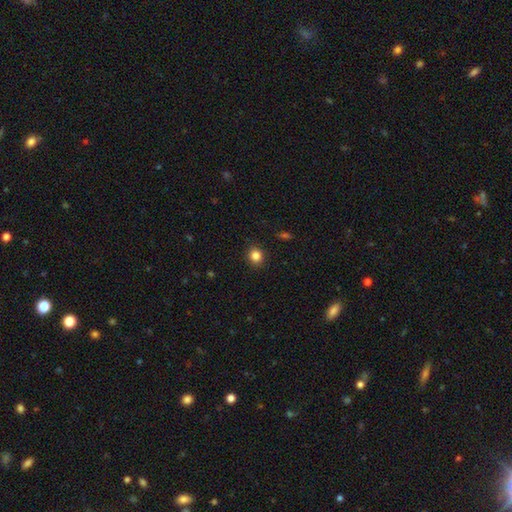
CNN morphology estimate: Q: Smooth or featured?
A: smooth (84%); runner-up: star or artifact (11%)
Q: How rounded?
A: round (84%); runner-up: in between (15%)
Q: Merging?
A: none (91%); runner-up: minor disturbance (6%)